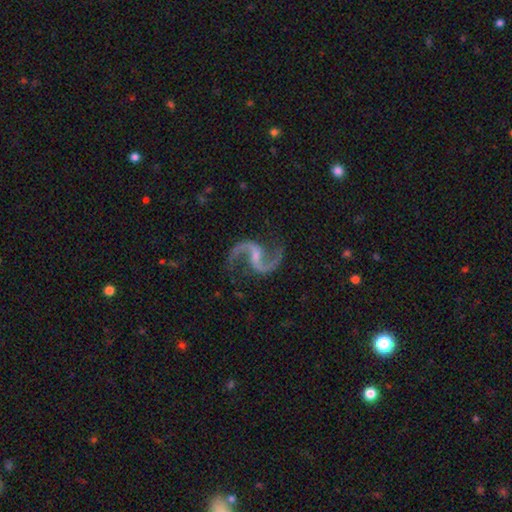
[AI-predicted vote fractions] Smooth or featured? featured or disk (93%)
Edge-on disk? no (98%)
Bar? weak (45%)
Spiral arms? yes (98%)
Spiral winding? loose (51%)
Spiral arm count? 2 (95%)
Bulge size? small (56%)
Merging? none (82%)